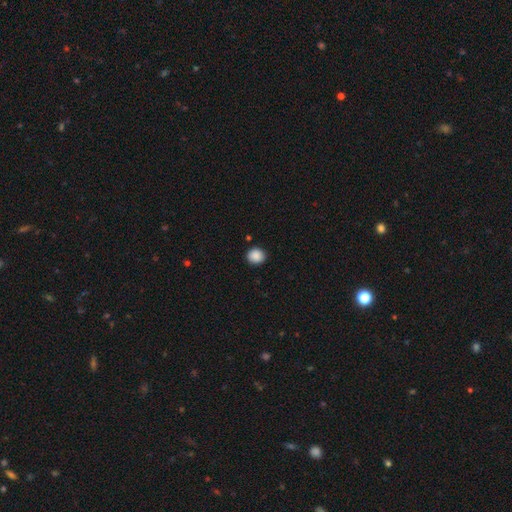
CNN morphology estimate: Smooth or featured: smooth — 89% (star or artifact — 9%)
How rounded: round — 86% (in between — 13%)
Merging: none — 90% (minor disturbance — 7%)